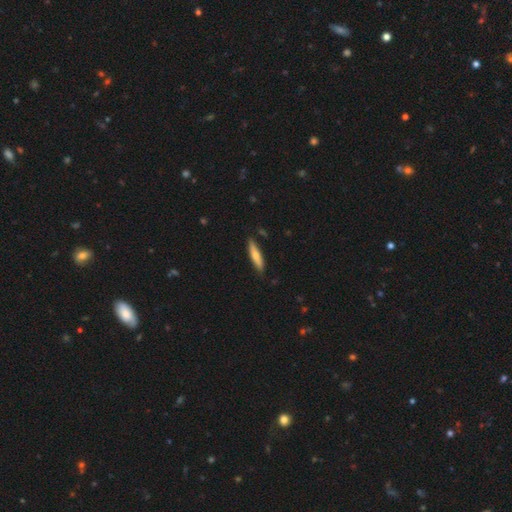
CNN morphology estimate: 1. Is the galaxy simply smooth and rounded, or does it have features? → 67% smooth, 28% featured or disk, 6% star or artifact.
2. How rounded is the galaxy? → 85% cigar-shaped, 14% in between, 2% round.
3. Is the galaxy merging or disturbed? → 86% none, 11% minor disturbance, 2% major disturbance, 2% merger.